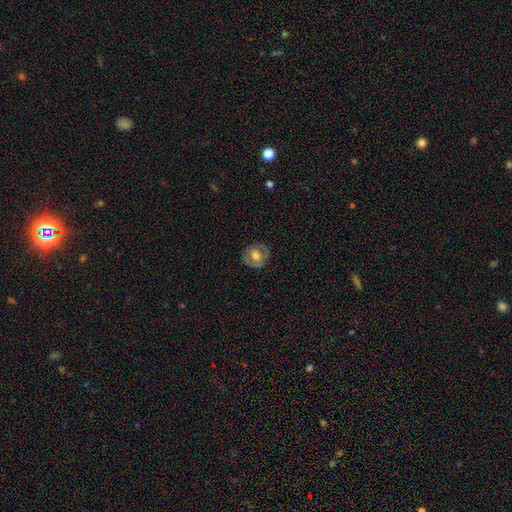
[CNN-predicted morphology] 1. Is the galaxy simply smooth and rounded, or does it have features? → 51% smooth, 42% featured or disk, 7% star or artifact.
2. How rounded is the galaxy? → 84% round, 15% in between, 1% cigar-shaped.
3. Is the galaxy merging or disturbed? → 79% none, 15% minor disturbance, 5% major disturbance, 1% merger.